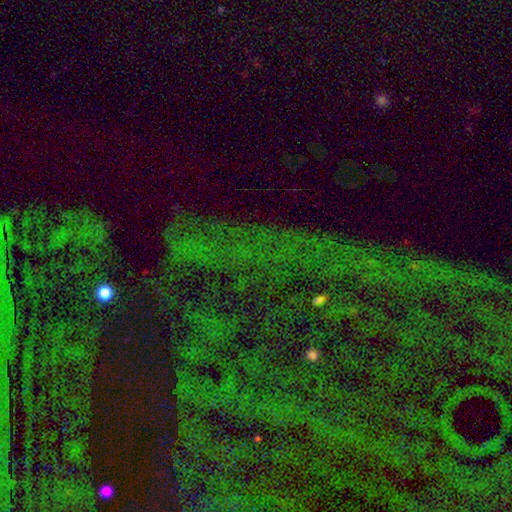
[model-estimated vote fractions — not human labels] Smooth or featured: star or artifact — 81% (featured or disk — 10%)